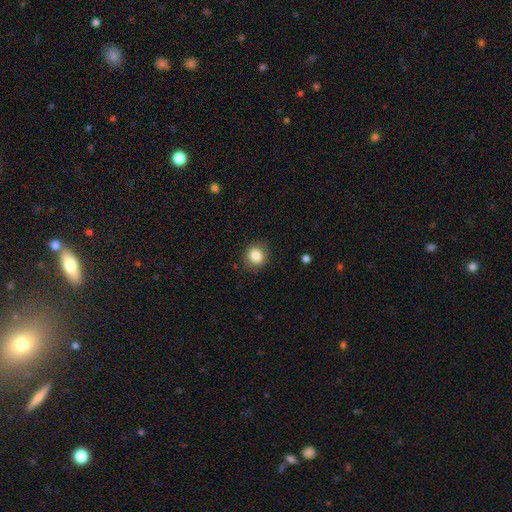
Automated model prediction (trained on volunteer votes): smooth 84%, star or artifact 10%, featured or disk 6%. Down the decision tree: how rounded — round (80%); merging — none (87%).